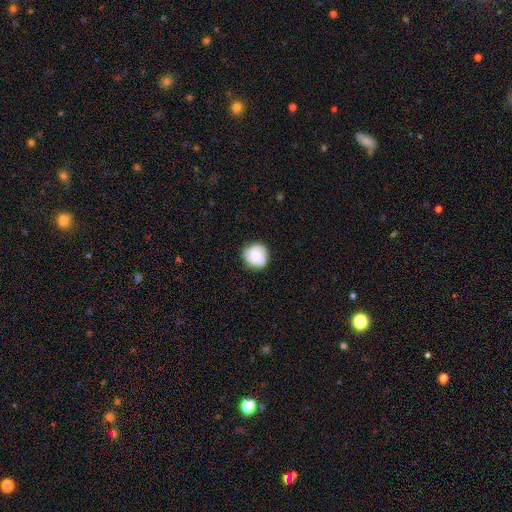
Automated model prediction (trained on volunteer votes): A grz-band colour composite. It shows a smooth galaxy with no disk features (57%) that is round (88%). Merging: none (79%).